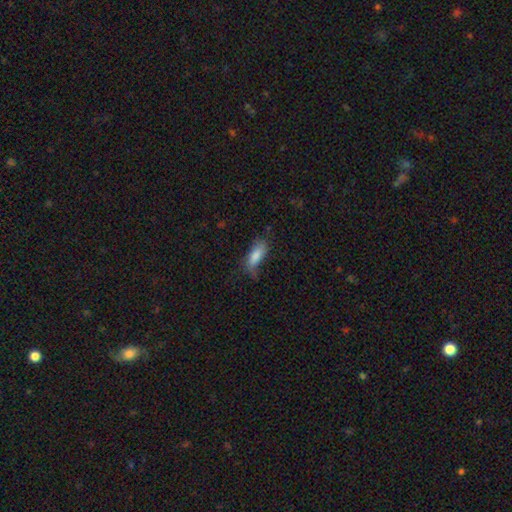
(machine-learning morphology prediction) Overall: smooth (77%). How rounded: in between (69%). Merging: none (55%; minor disturbance 31%).